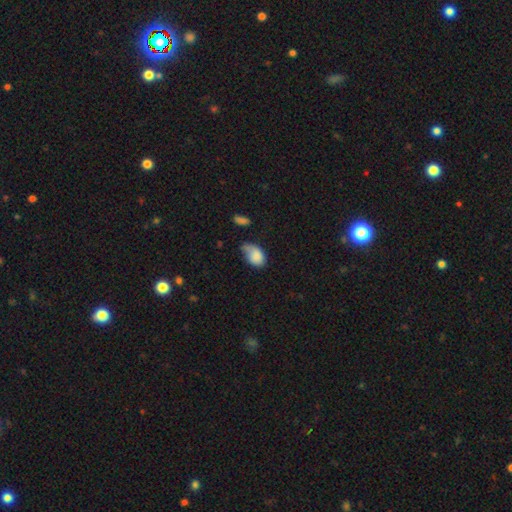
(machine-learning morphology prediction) This is likely a smooth galaxy (80%). How rounded: clearly in between (86%). Merging: marginally minor disturbance (39%).